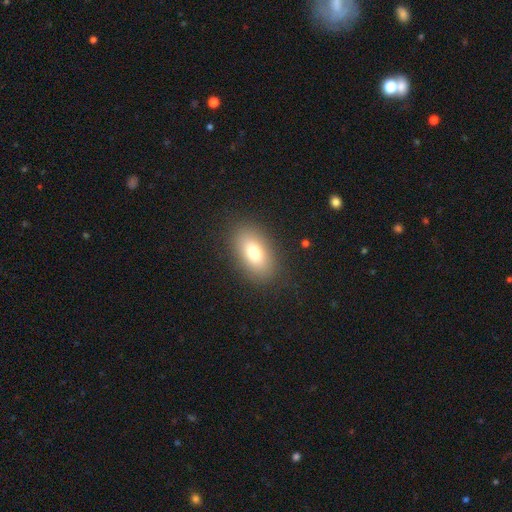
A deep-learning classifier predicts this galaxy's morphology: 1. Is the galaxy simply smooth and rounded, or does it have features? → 77% smooth, 14% featured or disk, 10% star or artifact.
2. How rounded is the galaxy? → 89% in between, 8% round, 3% cigar-shaped.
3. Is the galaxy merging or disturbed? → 86% none, 9% minor disturbance, 4% major disturbance, 1% merger.